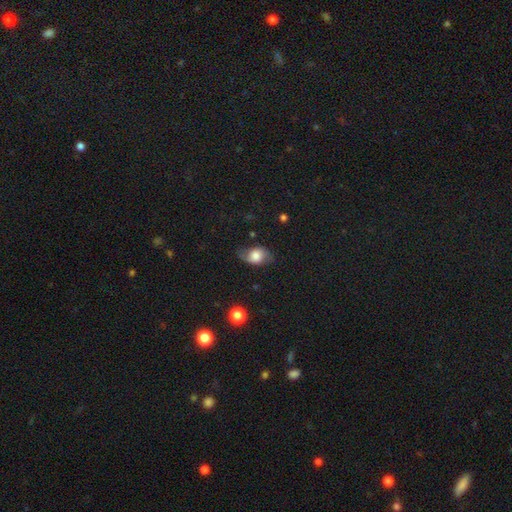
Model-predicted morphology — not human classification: Smooth or featured: smooth — 62% (featured or disk — 29%)
How rounded: in between — 75% (round — 23%)
Merging: none — 61% (minor disturbance — 27%)